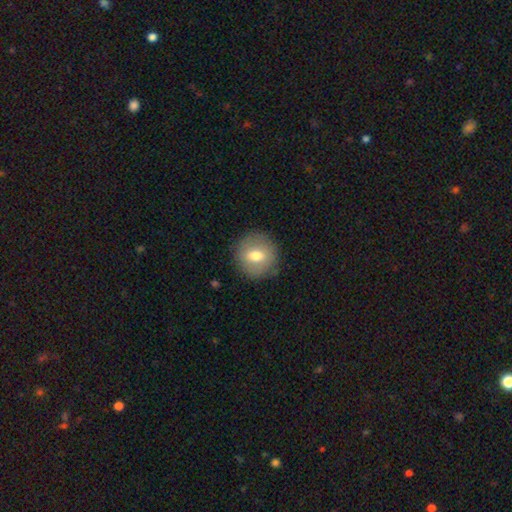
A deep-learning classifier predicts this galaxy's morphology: Smooth or featured: smooth — 67% (featured or disk — 25%)
How rounded: round — 85% (in between — 14%)
Merging: none — 84% (minor disturbance — 11%)